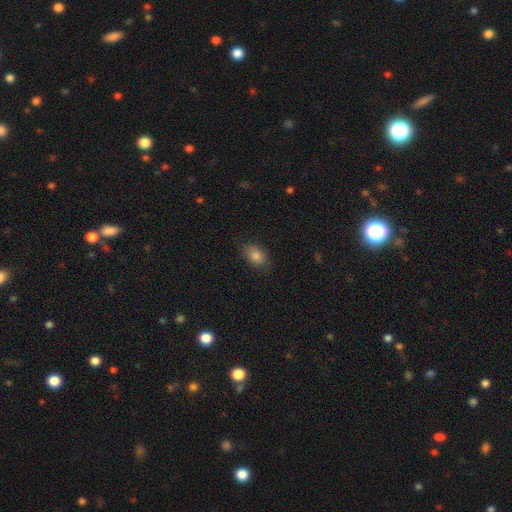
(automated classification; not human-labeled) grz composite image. It shows a smooth galaxy with no disk features (83%) that is in between round and cigar-shaped (84%). Merging: none (81%).